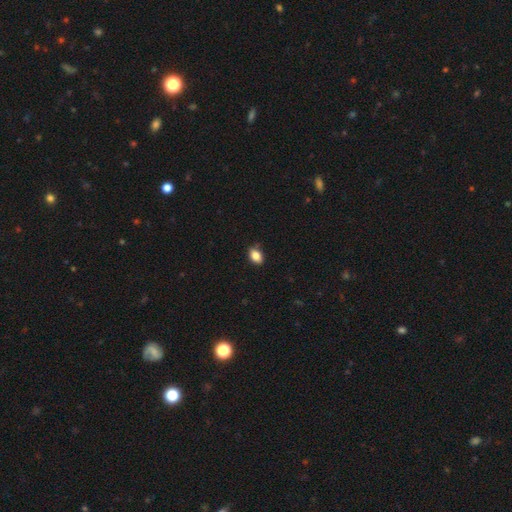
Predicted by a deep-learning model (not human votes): A smooth galaxy with no disk features (85%) that is in between round and cigar-shaped (81%).

Vote fractions:
- Smooth or featured? smooth: 85% / star or artifact: 9% / featured or disk: 6%
- How rounded? in between: 81% / round: 17% / cigar-shaped: 2%
- Merging? none: 79% / minor disturbance: 17% / major disturbance: 2% / merger: 2%